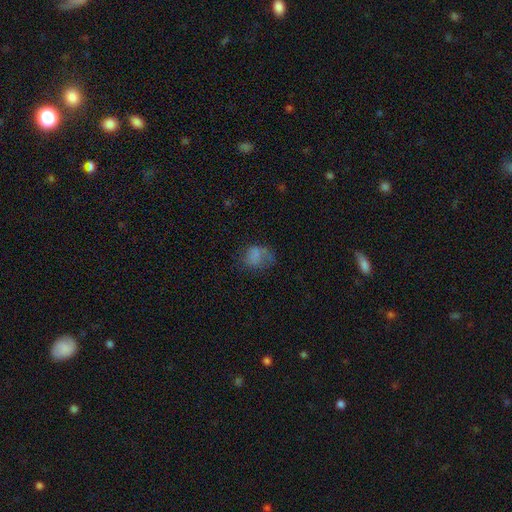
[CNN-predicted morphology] Smooth or featured? smooth (68%)
How rounded? in between (50%)
Merging? none (44%)